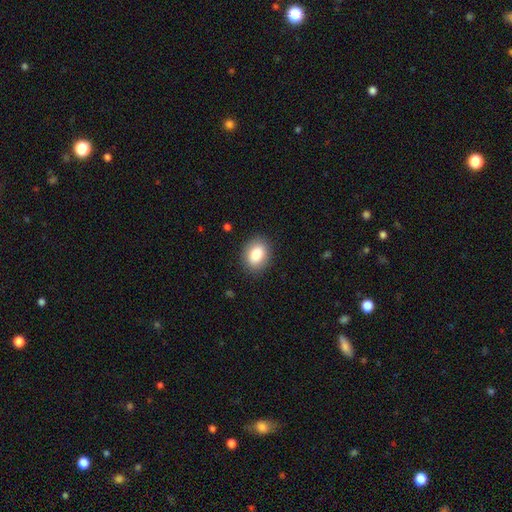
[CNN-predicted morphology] smooth-or-featured: smooth: 84% | featured or disk: 8% | star or artifact: 8%
  how-rounded: in between: 66% | round: 33% | cigar-shaped: 1%
  merging: none: 87% | minor disturbance: 9% | major disturbance: 3% | merger: 1%